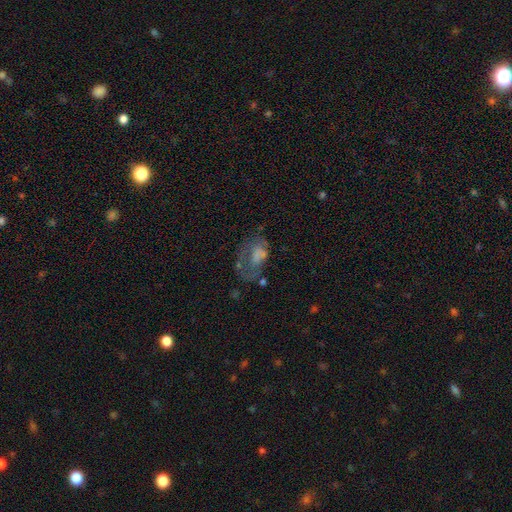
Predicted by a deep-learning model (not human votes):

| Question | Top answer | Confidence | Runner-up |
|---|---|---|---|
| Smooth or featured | smooth | 44% | featured or disk (42%) |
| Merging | major disturbance | 40% | none (34%) |